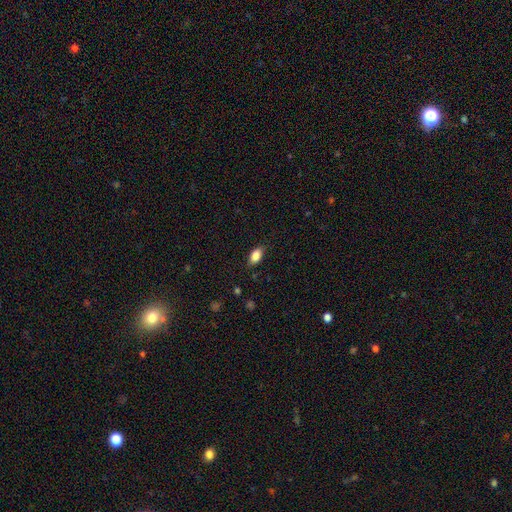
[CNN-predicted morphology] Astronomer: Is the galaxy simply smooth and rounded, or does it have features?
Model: smooth — 84%.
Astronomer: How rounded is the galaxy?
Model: in between — 88%.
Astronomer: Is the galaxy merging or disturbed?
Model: none — 83%.